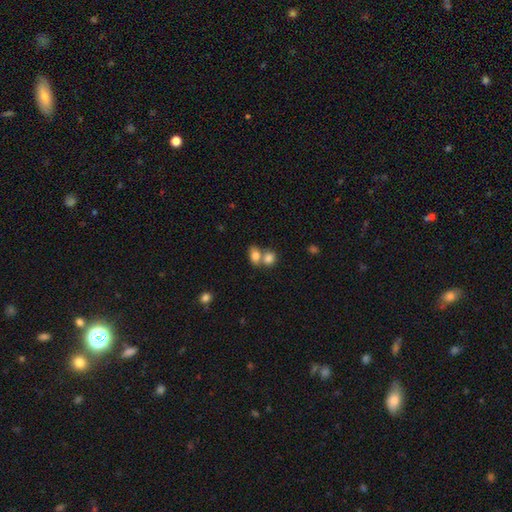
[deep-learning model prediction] Overall: smooth (81%). How rounded: in between (74%). Merging: merger (54%; none 34%).